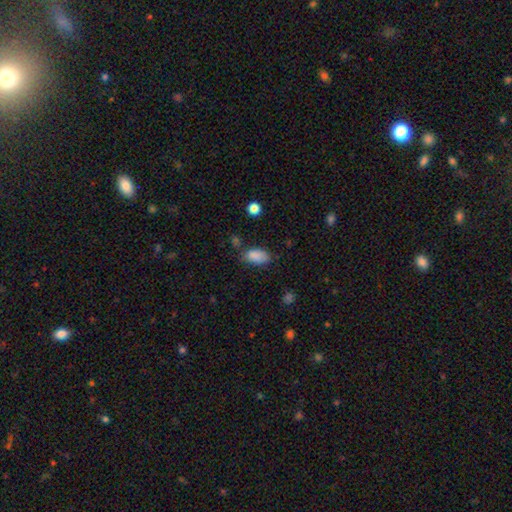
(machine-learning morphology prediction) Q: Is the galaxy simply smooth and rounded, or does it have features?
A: smooth — 86%.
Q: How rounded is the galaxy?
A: in between — 92%.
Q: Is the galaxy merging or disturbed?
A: none — 60%.